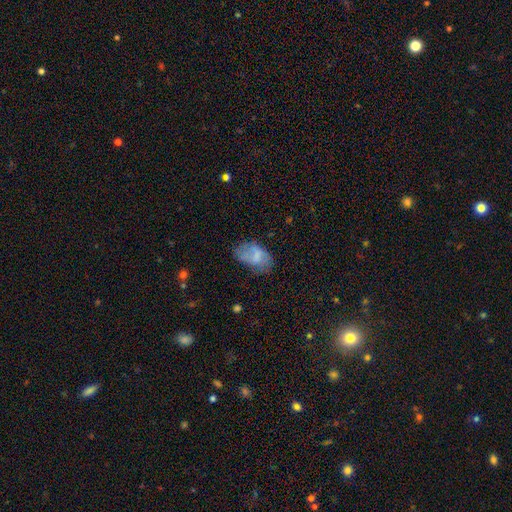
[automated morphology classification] Q: Smooth or featured?
A: smooth (64%); runner-up: featured or disk (27%)
Q: How rounded?
A: in between (91%); runner-up: round (7%)
Q: Merging?
A: none (47%); runner-up: minor disturbance (31%)